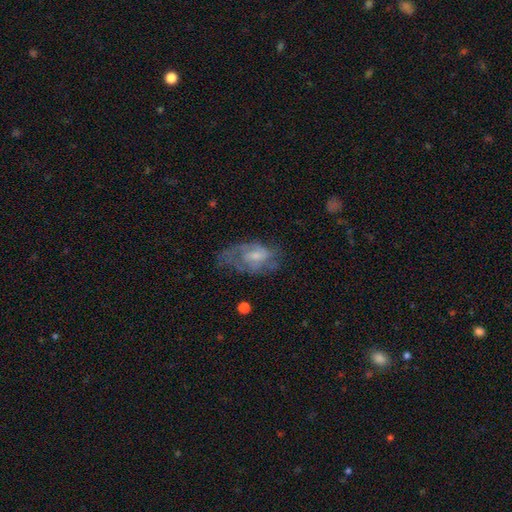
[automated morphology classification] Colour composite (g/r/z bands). It shows a featured or disk galaxy (69%) with no bar (47%), 2 (42%) medium (44%) spiral arms (79%) and a small central bulge (52%). Merging: none (45%).